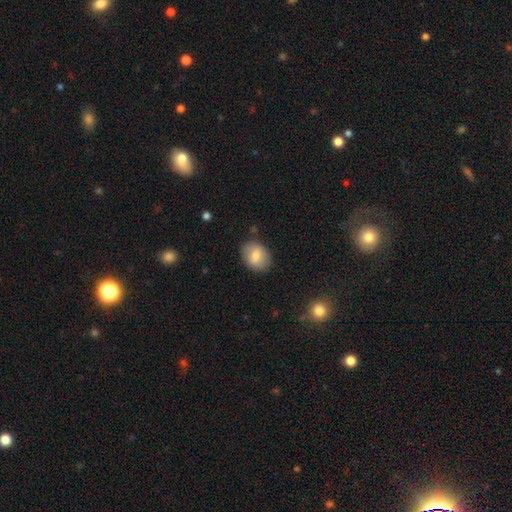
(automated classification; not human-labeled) Smooth or featured?
  - smooth: 75% *
  - featured or disk: 17%
  - star or artifact: 8%
How rounded?
  - in between: 58% *
  - round: 41%
  - cigar-shaped: 1%
Merging?
  - none: 84% *
  - minor disturbance: 11%
  - major disturbance: 3%
  - merger: 1%